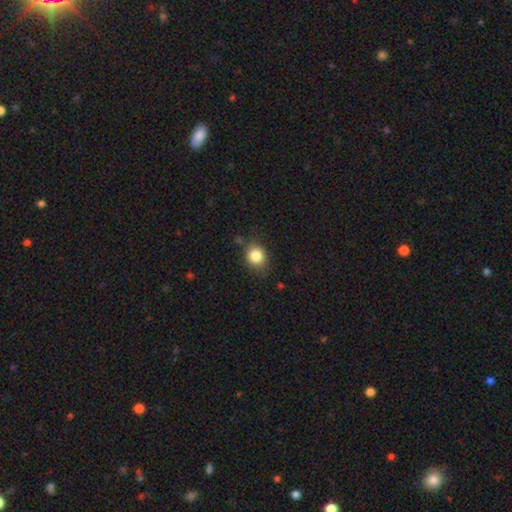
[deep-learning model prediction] Q: Smooth or featured?
A: smooth (83%); runner-up: star or artifact (11%)
Q: How rounded?
A: round (71%); runner-up: in between (28%)
Q: Merging?
A: none (80%); runner-up: minor disturbance (14%)